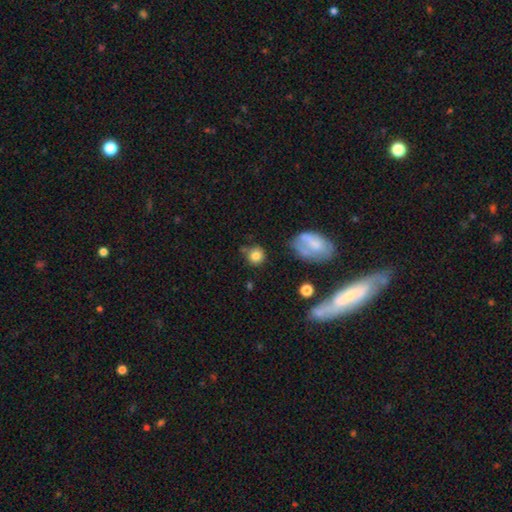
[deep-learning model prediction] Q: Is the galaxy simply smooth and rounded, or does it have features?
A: smooth — 80%.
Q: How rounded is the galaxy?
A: round — 87%.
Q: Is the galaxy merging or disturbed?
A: none — 71%.